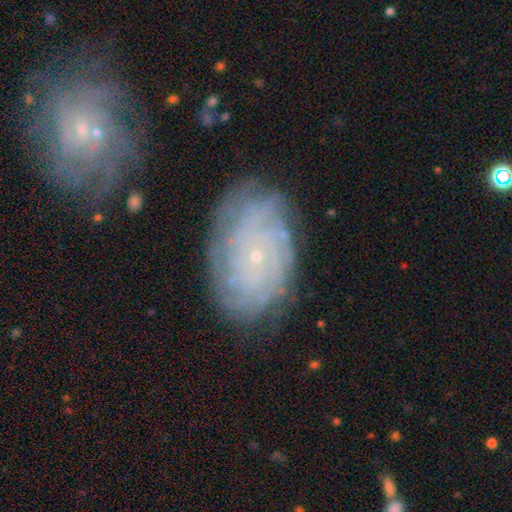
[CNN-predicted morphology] featured or disk 78%, smooth 13%, star or artifact 9%. Down the decision tree: edge-on disk — no (96%); bar — no (84%); spiral arms — yes (94%); spiral arm count — can't tell (31%); spiral winding — tight (81%); bulge size — small (89%); merging — none (80%).